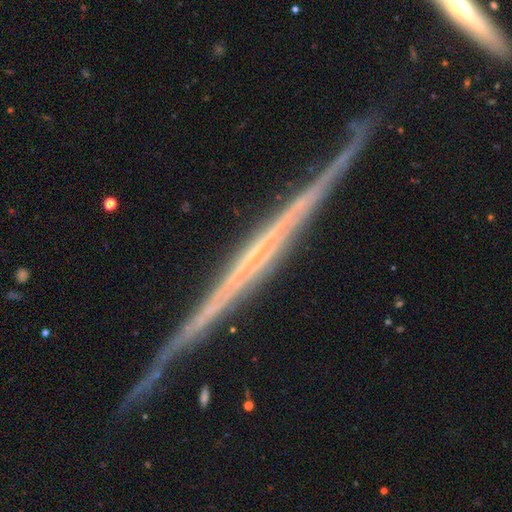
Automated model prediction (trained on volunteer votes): Smooth or featured?
  - featured or disk: 83% *
  - smooth: 9%
  - star or artifact: 8%
Edge-on disk?
  - yes: 98% *
  - no: 2%
Edge-on bulge?
  - none: 67% *
  - rounded: 20%
  - boxy: 14%
Merging?
  - none: 85% *
  - minor disturbance: 11%
  - major disturbance: 2%
  - merger: 2%